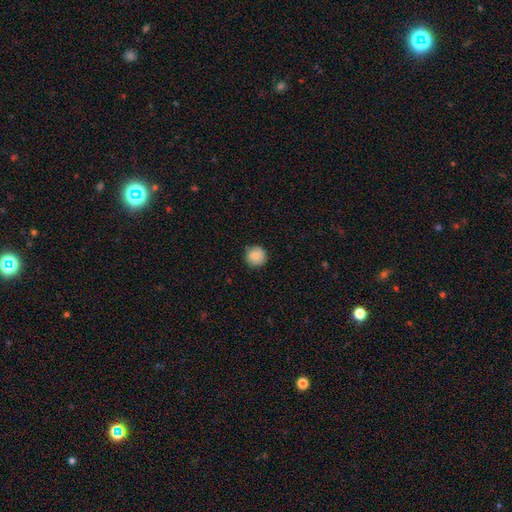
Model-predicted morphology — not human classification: The model was most divided on "smooth or featured": smooth: 83%, featured or disk: 9%, star or artifact: 8%. More confident: how rounded — round (95%); merging — none (86%).